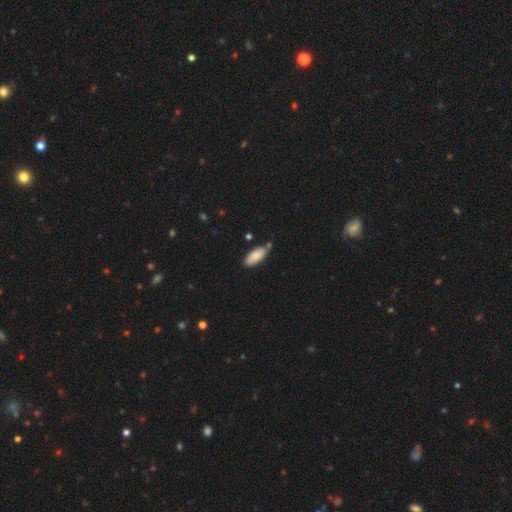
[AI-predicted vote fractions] The model was most divided on "merging": none: 71%, minor disturbance: 19%, merger: 6%, major disturbance: 3%. More confident: how rounded — in between (85%); smooth or featured — smooth (85%).